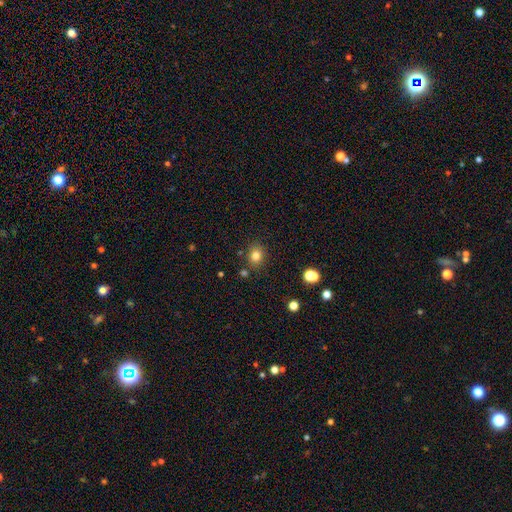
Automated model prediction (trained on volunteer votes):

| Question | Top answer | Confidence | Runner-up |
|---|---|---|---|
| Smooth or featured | smooth | 80% | star or artifact (14%) |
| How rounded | round | 70% | in between (30%) |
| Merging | none | 84% | minor disturbance (9%) |